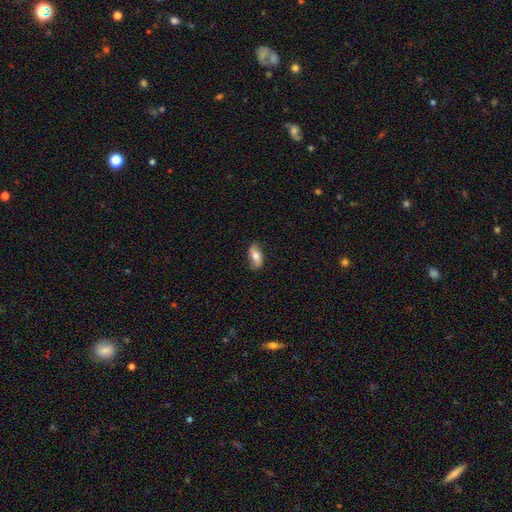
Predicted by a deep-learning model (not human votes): Morphology: type=smooth (67%); roundness=in between (85%); merging=none (79%).